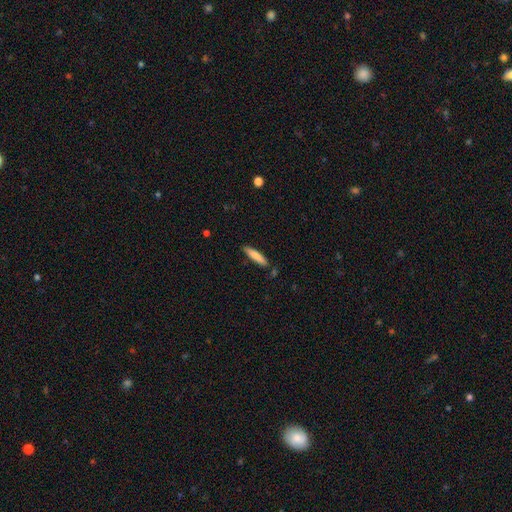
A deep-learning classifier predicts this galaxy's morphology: smooth 82%, featured or disk 12%, star or artifact 6%. Down the decision tree: how rounded — cigar-shaped (83%); merging — none (84%).